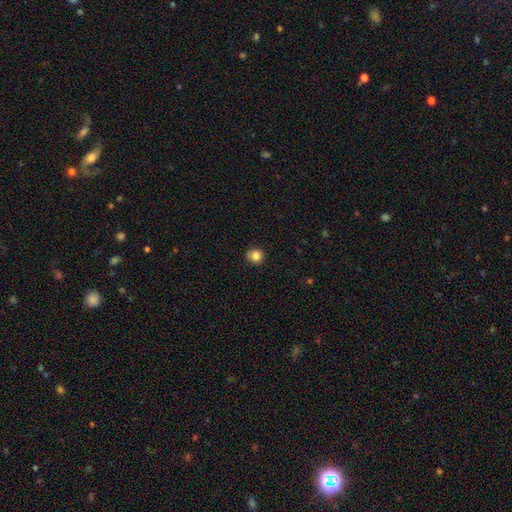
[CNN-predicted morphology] A smooth galaxy with no disk features (83%) that is round (88%).

Vote fractions:
- Smooth or featured? smooth: 83% / star or artifact: 11% / featured or disk: 6%
- How rounded? round: 88% / in between: 11% / cigar-shaped: 1%
- Merging? none: 82% / minor disturbance: 14% / major disturbance: 3% / merger: 1%